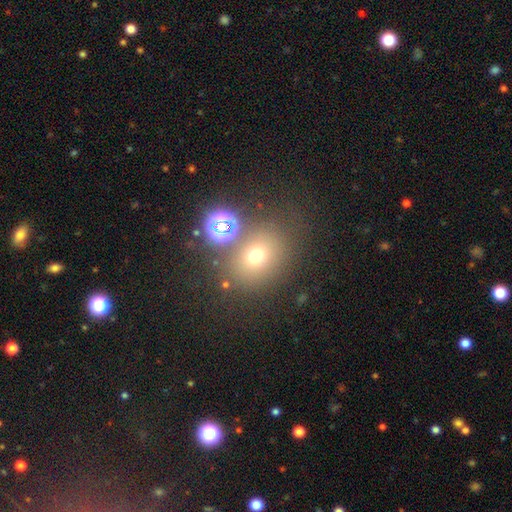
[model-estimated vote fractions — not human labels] Q: Smooth or featured?
A: smooth (67%); runner-up: star or artifact (20%)
Q: How rounded?
A: round (60%); runner-up: in between (39%)
Q: Merging?
A: none (71%); runner-up: minor disturbance (12%)